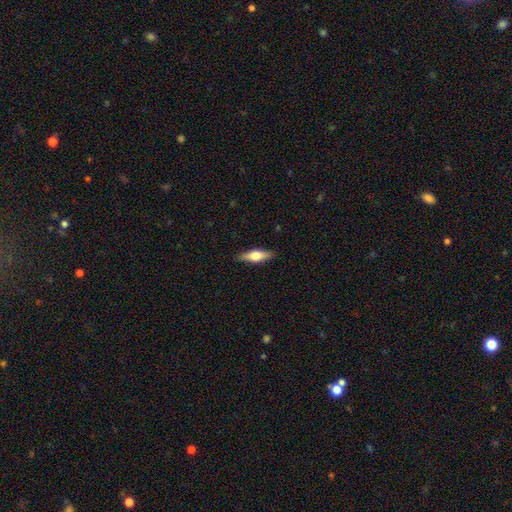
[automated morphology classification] Smooth or featured? smooth (48%)
Merging? none (89%)